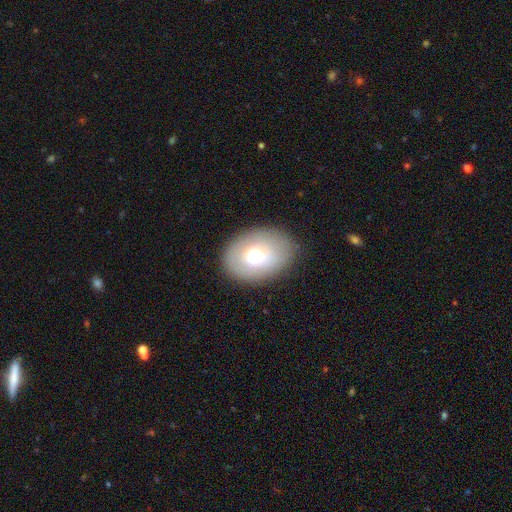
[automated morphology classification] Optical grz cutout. It shows a smooth galaxy with no disk features (69%) that is in between round and cigar-shaped (73%). Merging: none (84%).